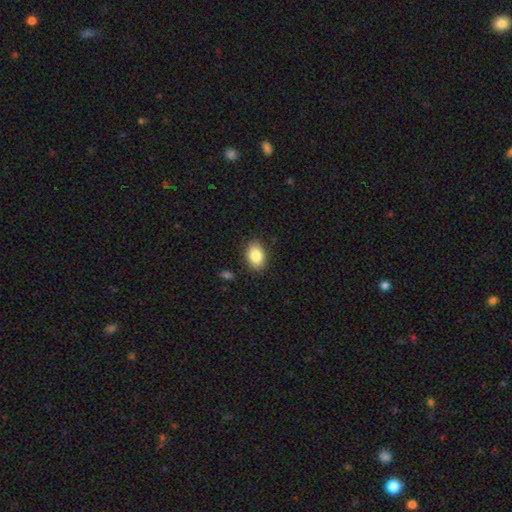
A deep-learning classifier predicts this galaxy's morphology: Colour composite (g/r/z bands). It shows a smooth galaxy with no disk features (86%) that is in between round and cigar-shaped (86%). Merging: none (87%).